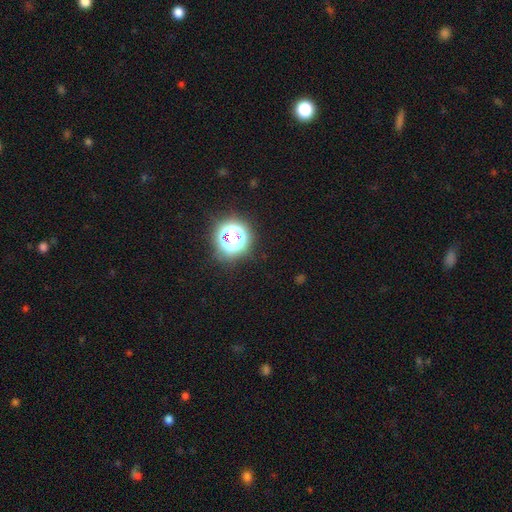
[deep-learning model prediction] This appears to be a star or artifact, not a galaxy (79%).